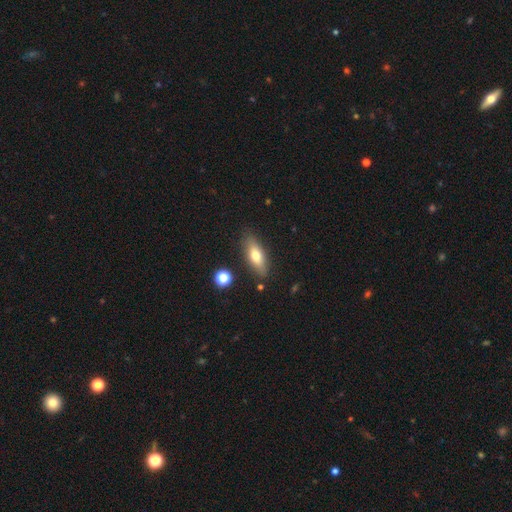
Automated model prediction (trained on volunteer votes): smooth_or_featured: smooth (p=0.67) [alt: featured or disk p=0.26]
how_rounded: in between (p=0.61) [alt: cigar-shaped p=0.36]
merging: none (p=0.84) [alt: minor disturbance p=0.11]